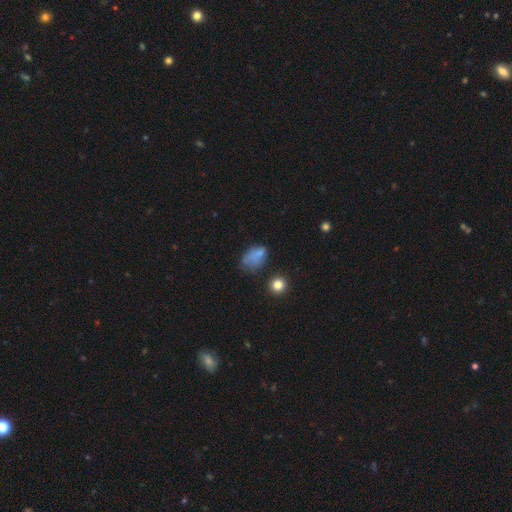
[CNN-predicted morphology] Smooth or featured: smooth — 69% (featured or disk — 16%)
How rounded: in between — 80% (round — 17%)
Merging: none — 37% (minor disturbance — 32%)